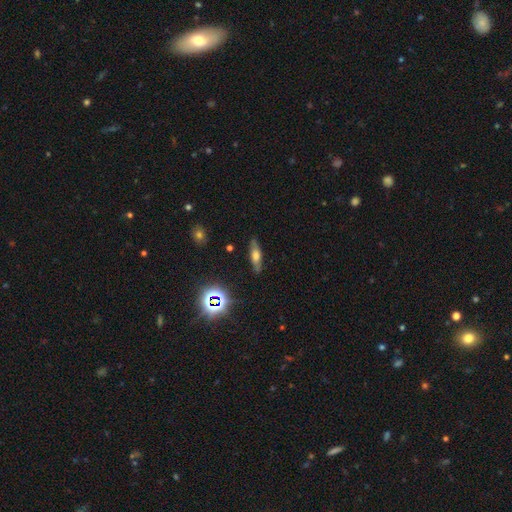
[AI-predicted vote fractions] This is possibly a smooth galaxy (49%). Merging: clearly none (84%).